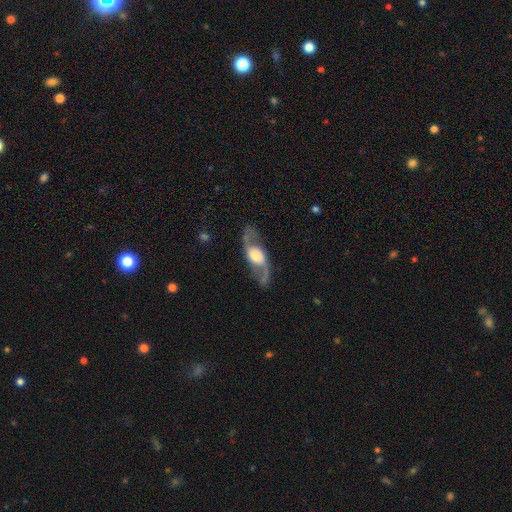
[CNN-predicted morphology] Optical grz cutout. It shows a featured or disk galaxy (84%) with no bar (57%), 2 (93%) loose (72%) spiral arms (93%) and a moderate central bulge (48%). Merging: none (76%).